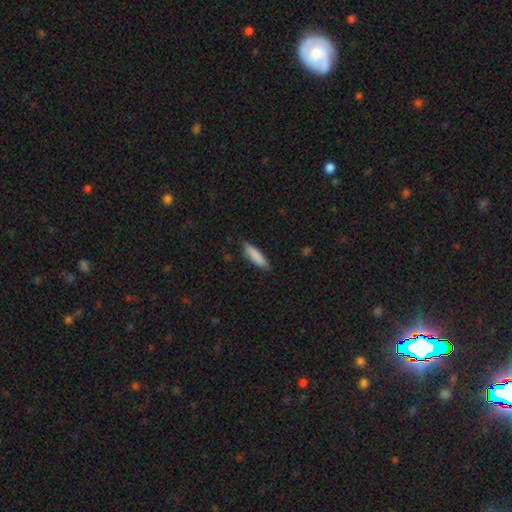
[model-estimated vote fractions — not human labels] This appears to be a smooth galaxy with no disk features (86%) that is cigar-shaped (71%). Merging: none (83%).